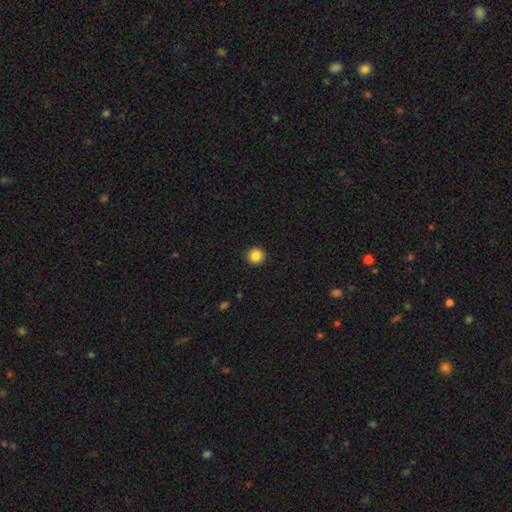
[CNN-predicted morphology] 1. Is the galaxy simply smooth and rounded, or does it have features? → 87% smooth, 10% star or artifact, 4% featured or disk.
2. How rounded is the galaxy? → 95% round, 4% in between, 1% cigar-shaped.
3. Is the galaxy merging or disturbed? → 92% none, 5% minor disturbance, 2% major disturbance, 1% merger.